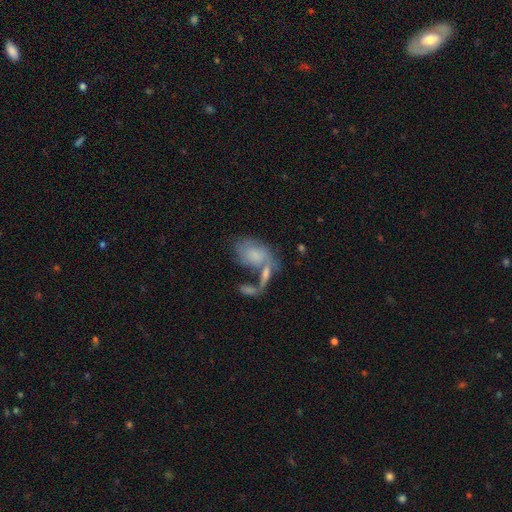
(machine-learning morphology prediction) The model was most divided on "smooth or featured": smooth: 47%, featured or disk: 43%, star or artifact: 10%. Remaining: merging — merger (41%).